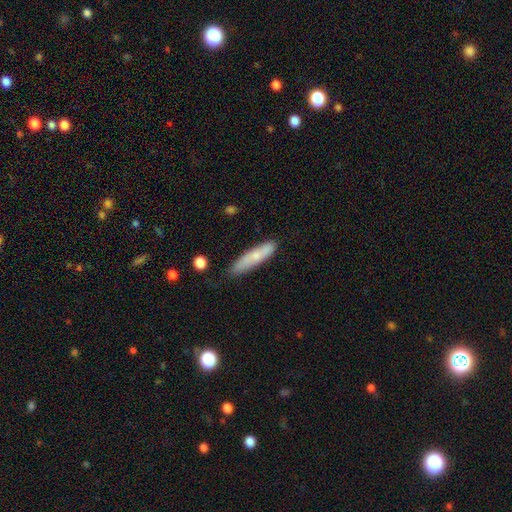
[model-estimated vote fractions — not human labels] Morphology: type=smooth (68%); roundness=cigar-shaped (80%); merging=none (74%).